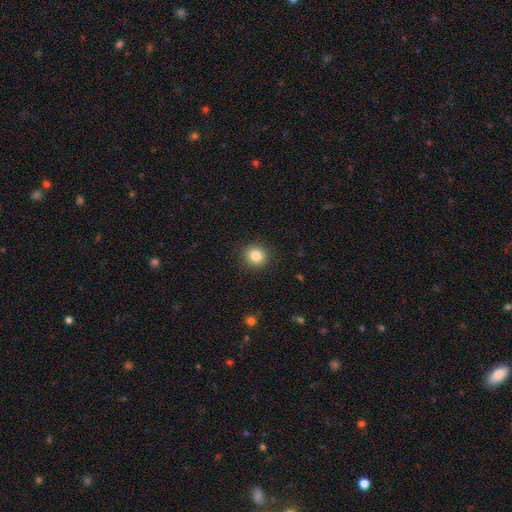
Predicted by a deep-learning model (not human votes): Smooth or featured?
  - smooth: 84% *
  - star or artifact: 10%
  - featured or disk: 6%
How rounded?
  - round: 88% *
  - in between: 11%
  - cigar-shaped: 1%
Merging?
  - none: 91% *
  - minor disturbance: 6%
  - major disturbance: 2%
  - merger: 1%